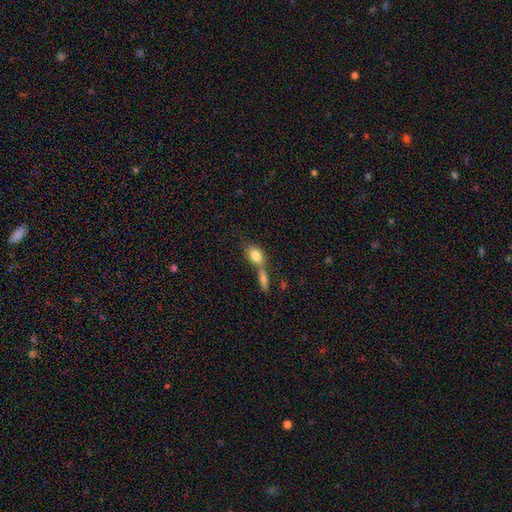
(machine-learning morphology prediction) Smooth or featured?
  - smooth: 81% *
  - featured or disk: 12%
  - star or artifact: 7%
How rounded?
  - in between: 77% *
  - round: 18%
  - cigar-shaped: 5%
Merging?
  - merger: 49% *
  - none: 36%
  - minor disturbance: 10%
  - major disturbance: 5%